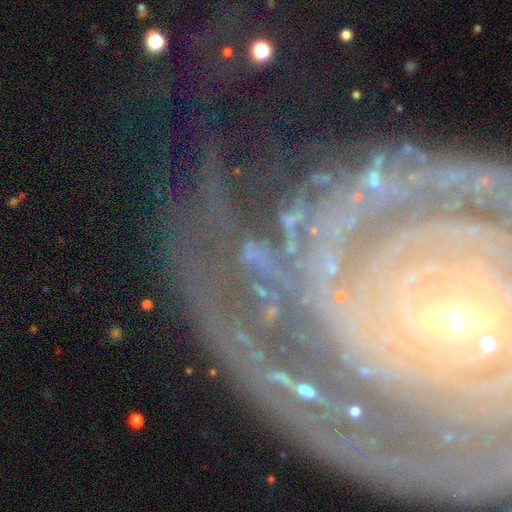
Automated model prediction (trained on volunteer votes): Smooth or featured? star or artifact (49%)